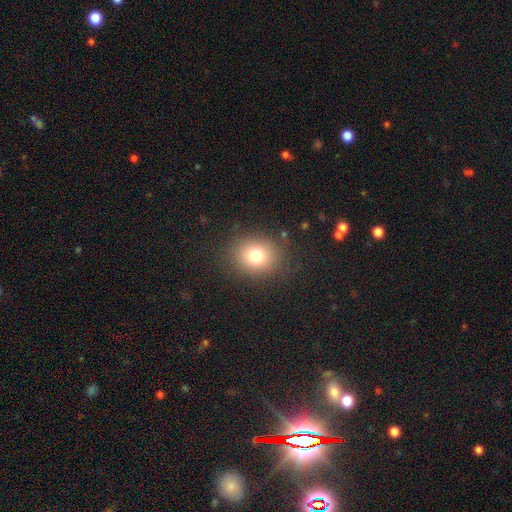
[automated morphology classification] Overall: smooth (77%). How rounded: round (65%; in between 34%). Merging: none (85%).